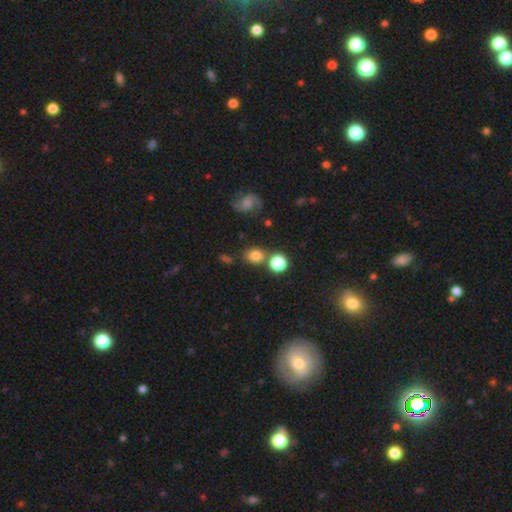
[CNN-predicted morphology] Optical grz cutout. It shows a smooth galaxy with no disk features (76%) that is round (67%). Merging: none (65%).